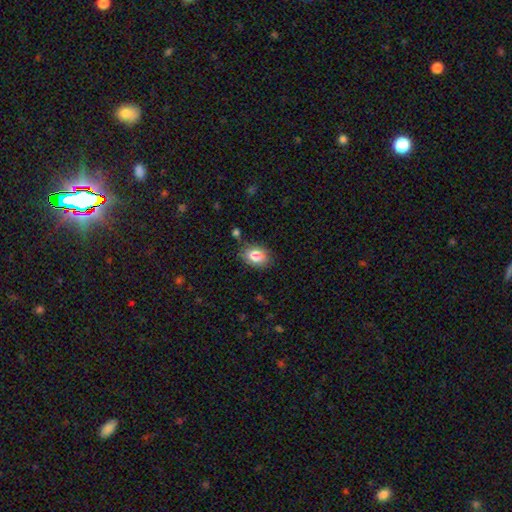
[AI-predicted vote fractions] Smooth or featured? smooth (83%)
How rounded? in between (74%)
Merging? none (76%)